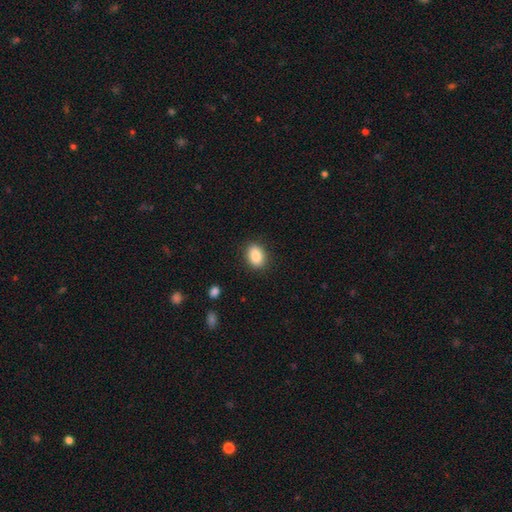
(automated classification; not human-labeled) smooth 86%, star or artifact 8%, featured or disk 6%. Down the decision tree: how rounded — in between (75%); merging — none (88%).